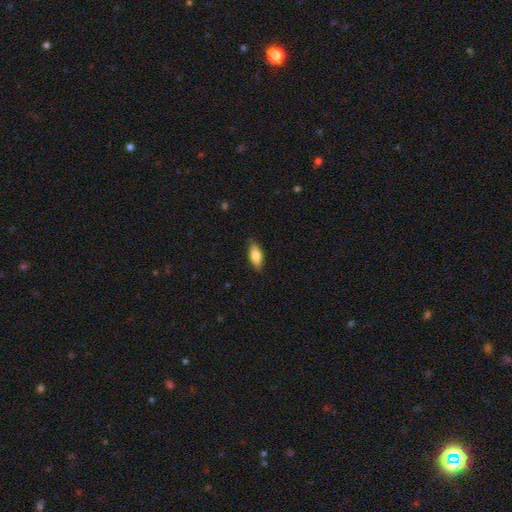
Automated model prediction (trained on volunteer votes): A smooth galaxy with no disk features (73%) that is in between round and cigar-shaped (72%).

Vote fractions:
- Smooth or featured? smooth: 73% / featured or disk: 21% / star or artifact: 6%
- How rounded? in between: 72% / cigar-shaped: 25% / round: 3%
- Merging? none: 85% / minor disturbance: 12% / major disturbance: 2% / merger: 1%